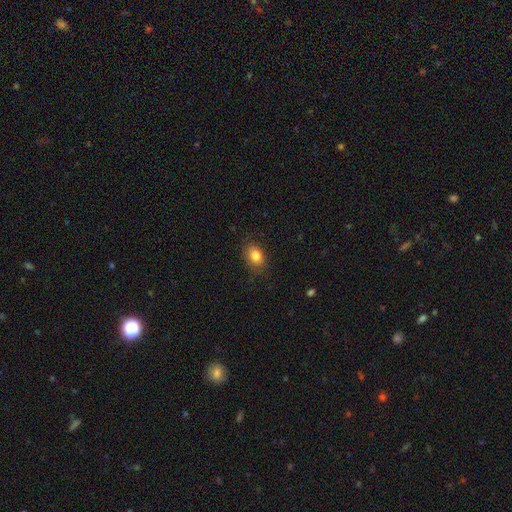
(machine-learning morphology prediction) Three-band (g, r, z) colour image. It shows a smooth galaxy with no disk features (83%) that is in between round and cigar-shaped (71%). Merging: none (83%).